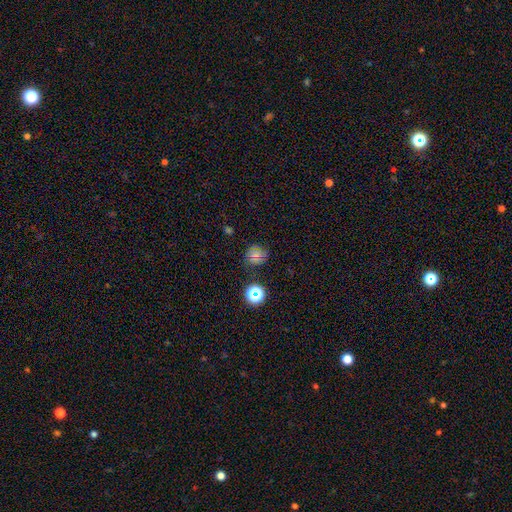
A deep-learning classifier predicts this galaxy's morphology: A smooth galaxy with no disk features (67%) that is round (86%). Merging: none (75%).